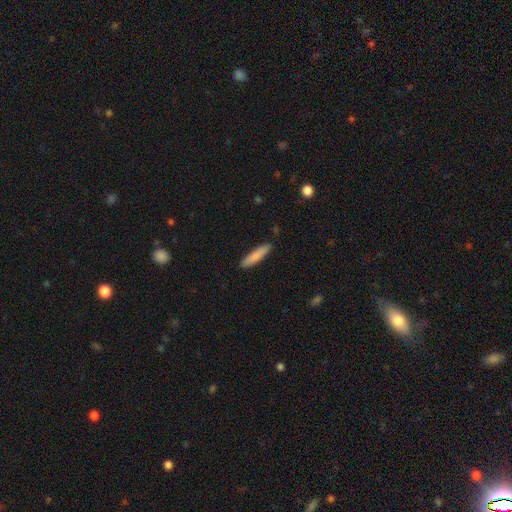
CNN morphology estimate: Smooth or featured: smooth — 83% (featured or disk — 11%)
How rounded: cigar-shaped — 85% (in between — 14%)
Merging: none — 89% (minor disturbance — 9%)